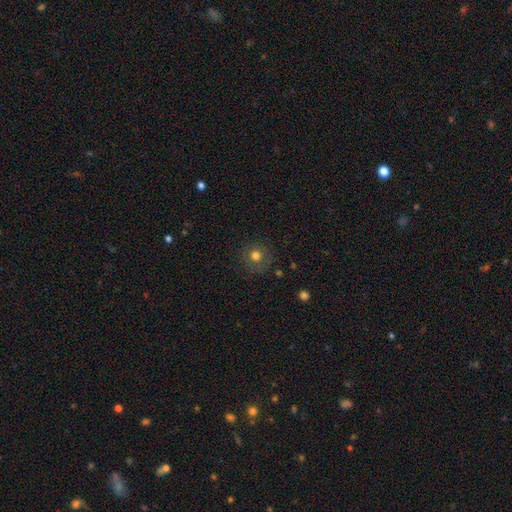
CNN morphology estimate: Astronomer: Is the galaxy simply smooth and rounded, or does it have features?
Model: smooth — 72%.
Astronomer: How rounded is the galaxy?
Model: round — 91%.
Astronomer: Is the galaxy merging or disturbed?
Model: none — 83%.